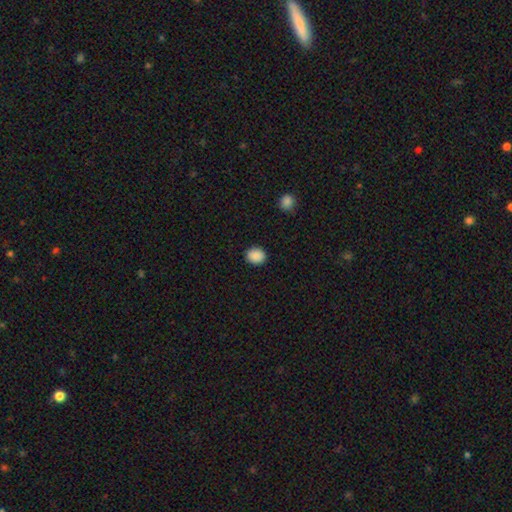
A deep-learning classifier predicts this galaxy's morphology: smooth 89%, star or artifact 8%, featured or disk 2%. Down the decision tree: how rounded — round (66%); merging — none (90%).